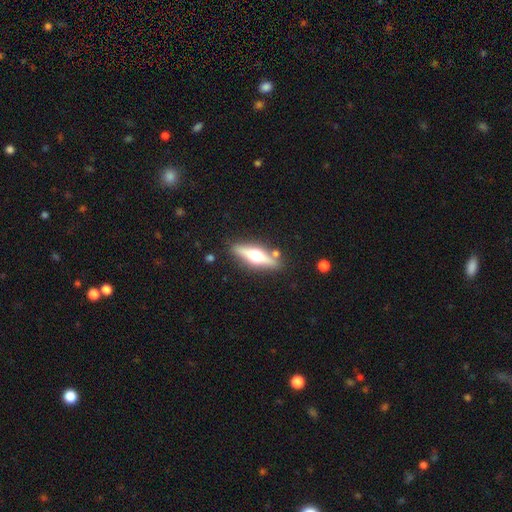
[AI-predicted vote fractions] Q: Smooth or featured?
A: featured or disk (67%); runner-up: smooth (27%)
Q: Edge-on disk?
A: yes (95%); runner-up: no (5%)
Q: Edge-on bulge?
A: rounded (96%); runner-up: boxy (3%)
Q: Merging?
A: none (84%); runner-up: minor disturbance (9%)